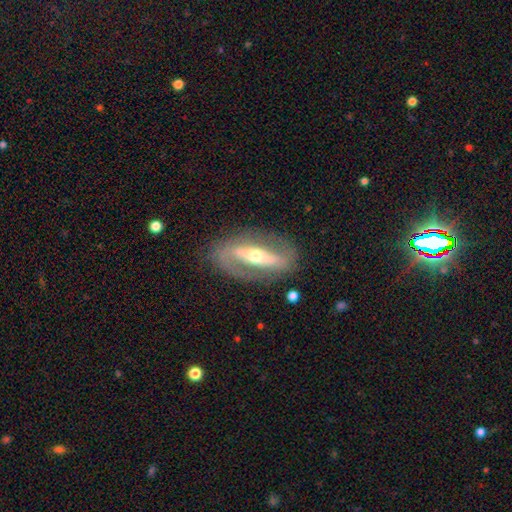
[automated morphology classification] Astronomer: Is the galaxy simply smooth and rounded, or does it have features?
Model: featured or disk — 80%.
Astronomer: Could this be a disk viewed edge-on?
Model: no — 83%.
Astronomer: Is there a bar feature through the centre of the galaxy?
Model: strong — 64%.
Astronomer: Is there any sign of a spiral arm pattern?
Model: yes — 73%.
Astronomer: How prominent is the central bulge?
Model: moderate — 56% (runner-up: small, 37%).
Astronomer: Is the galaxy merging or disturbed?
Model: none — 79%.